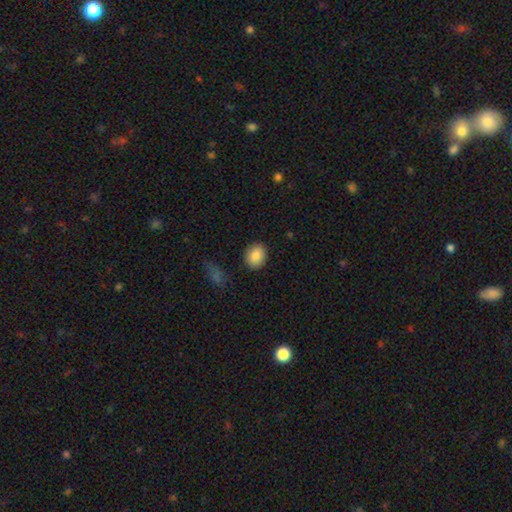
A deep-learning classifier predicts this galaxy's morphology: smooth 88%, star or artifact 7%, featured or disk 5%. Down the decision tree: how rounded — round (56%); merging — none (88%).